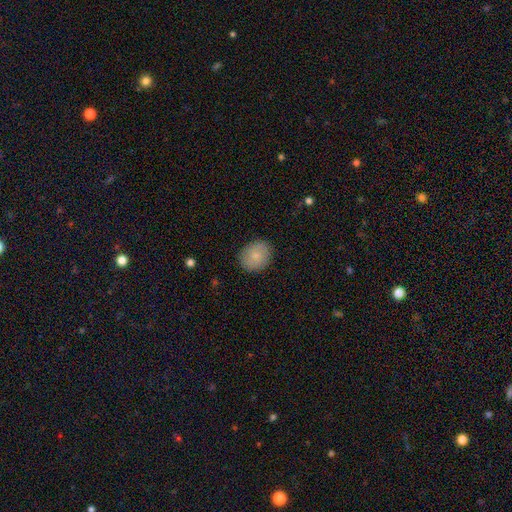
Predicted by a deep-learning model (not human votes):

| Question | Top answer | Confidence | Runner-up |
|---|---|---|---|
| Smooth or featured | smooth | 82% | featured or disk (11%) |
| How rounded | round | 56% | in between (43%) |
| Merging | none | 86% | minor disturbance (10%) |